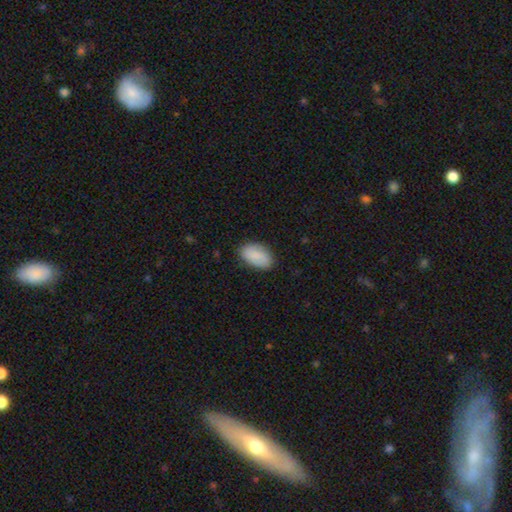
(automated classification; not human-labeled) A smooth galaxy with no disk features (86%) that is in between round and cigar-shaped (92%).

Vote fractions:
- Smooth or featured? smooth: 86% / featured or disk: 8% / star or artifact: 6%
- How rounded? in between: 92% / round: 6% / cigar-shaped: 1%
- Merging? none: 81% / minor disturbance: 15% / major disturbance: 3% / merger: 1%